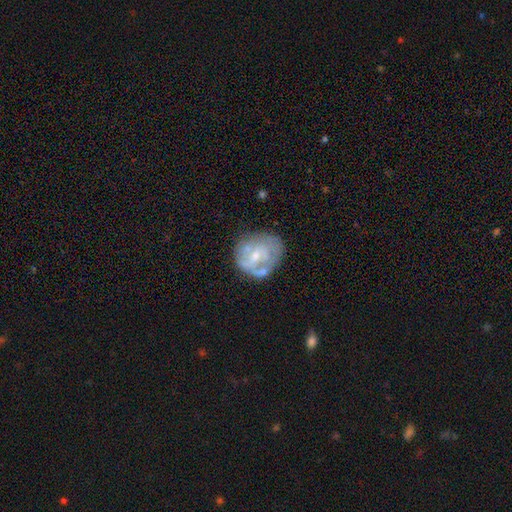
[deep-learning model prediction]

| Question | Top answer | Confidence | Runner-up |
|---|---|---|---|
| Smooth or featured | featured or disk | 60% | smooth (32%) |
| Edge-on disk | no | 98% | yes (2%) |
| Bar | no | 60% | weak (33%) |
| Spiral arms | no | 60% | yes (40%) |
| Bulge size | small | 54% | moderate (33%) |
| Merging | none | 50% | minor disturbance (24%) |